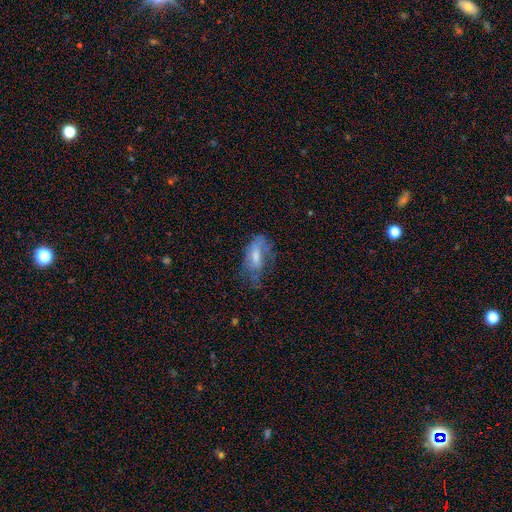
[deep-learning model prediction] Smooth or featured? smooth (51%)
How rounded? in between (82%)
Merging? none (37%)